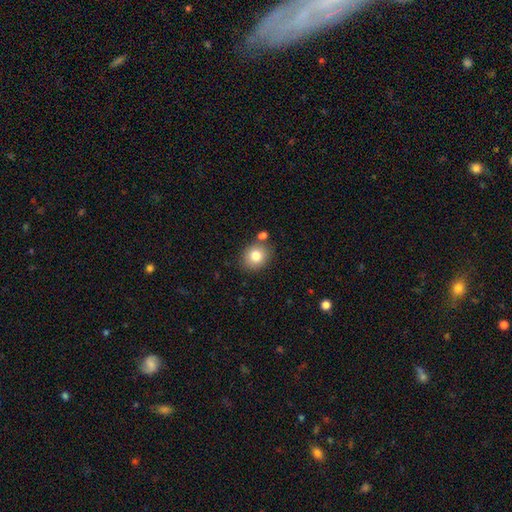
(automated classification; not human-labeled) smooth_or_featured: smooth (p=0.80) [alt: star or artifact p=0.10]
how_rounded: round (p=0.67) [alt: in between p=0.32]
merging: none (p=0.75) [alt: minor disturbance p=0.11]